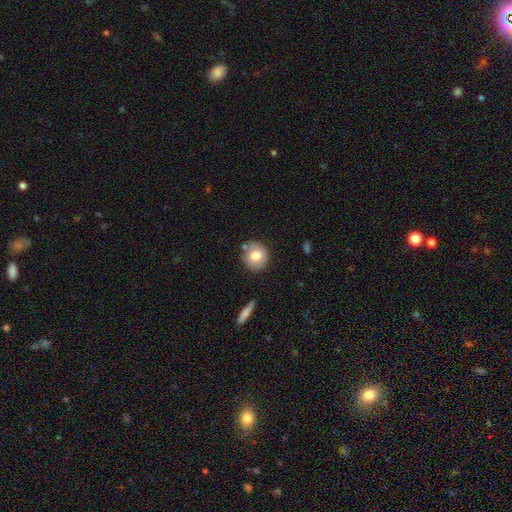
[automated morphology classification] Smooth or featured? Predicted: smooth (p=0.76). How rounded? Predicted: round (p=0.86). Merging? Predicted: none (p=0.77).